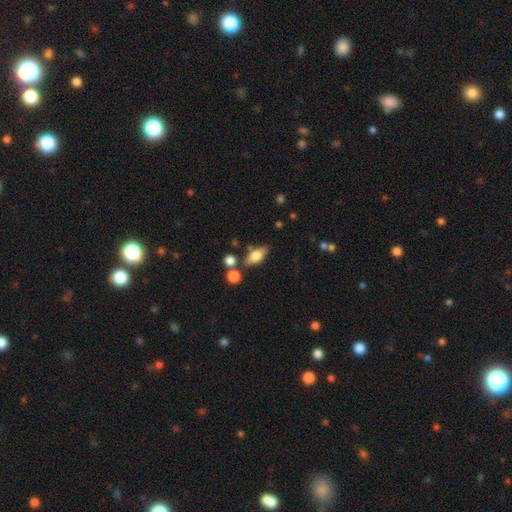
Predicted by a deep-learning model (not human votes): Overall: smooth (72%). How rounded: in between (82%). Merging: none (71%).